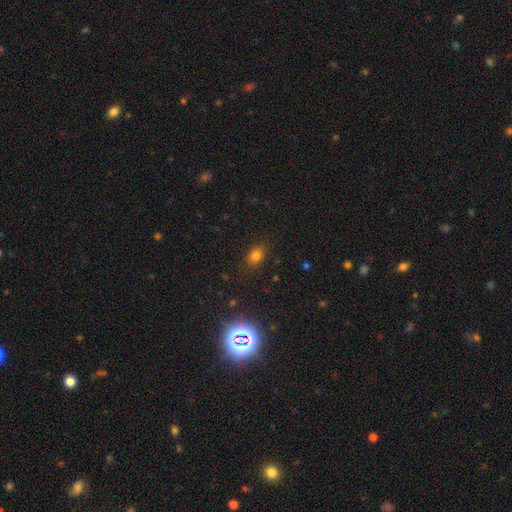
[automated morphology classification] A smooth galaxy with no disk features (76%) that is in between round and cigar-shaped (62%). Merging: none (83%).